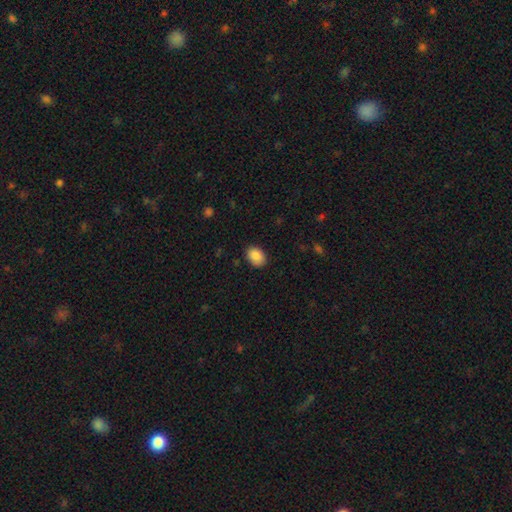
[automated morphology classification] The model was most divided on "how rounded": in between: 77%, round: 23%, cigar-shaped: 1%. More confident: smooth or featured — smooth (89%); merging — none (85%).